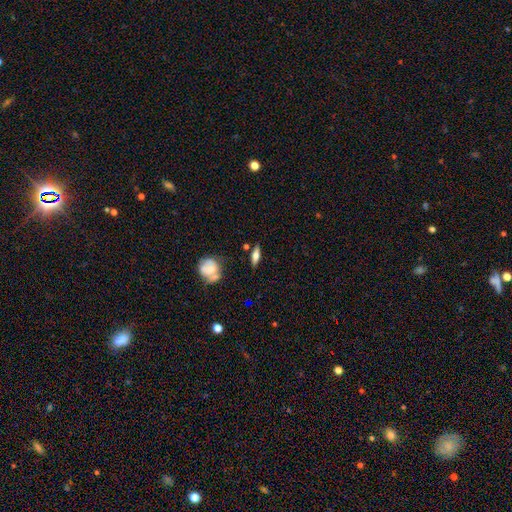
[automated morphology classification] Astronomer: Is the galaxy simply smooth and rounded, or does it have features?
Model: smooth — 53% (runner-up: featured or disk, 39%).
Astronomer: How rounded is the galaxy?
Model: in between — 53% (runner-up: cigar-shaped, 43%).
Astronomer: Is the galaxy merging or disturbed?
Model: none — 80%.